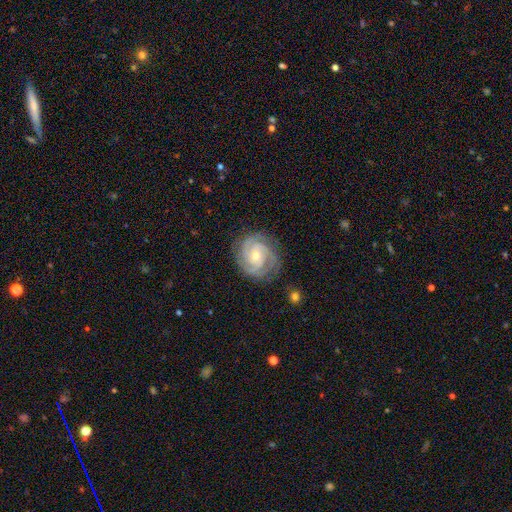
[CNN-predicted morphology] Smooth or featured? Predicted: featured or disk (p=0.89). Edge-on disk? Predicted: no (p=0.98). Bar? Predicted: no (p=0.69). Spiral arms? Predicted: yes (p=0.98). Spiral winding? Predicted: tight (p=0.72). Spiral arm count? Predicted: 3 (p=0.46). Bulge size? Predicted: small (p=0.54). Merging? Predicted: none (p=0.80).